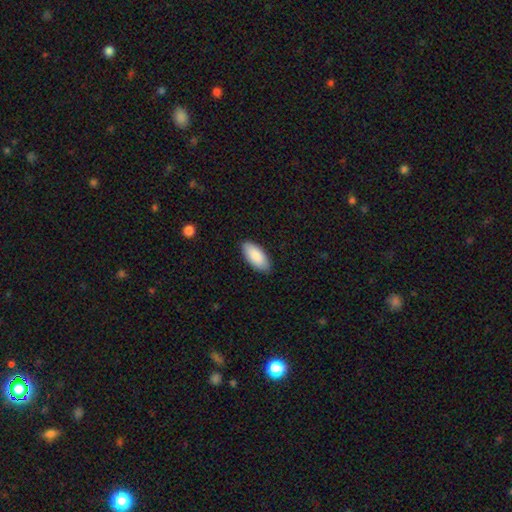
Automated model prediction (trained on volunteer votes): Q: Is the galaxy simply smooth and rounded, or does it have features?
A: smooth — 88%.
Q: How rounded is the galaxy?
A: in between — 91%.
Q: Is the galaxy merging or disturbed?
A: none — 88%.